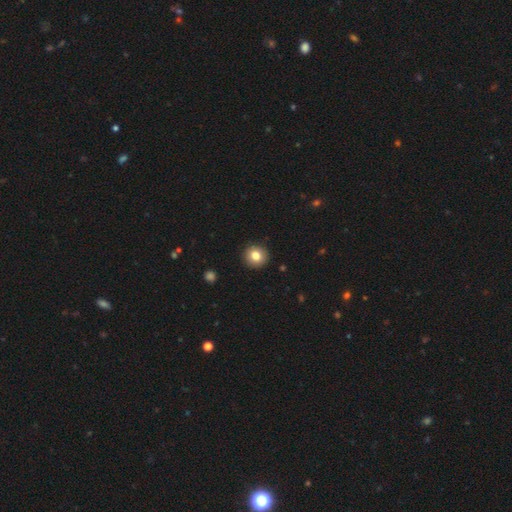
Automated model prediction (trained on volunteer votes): A smooth galaxy with no disk features (82%) that is round (92%). Merging: none (92%).